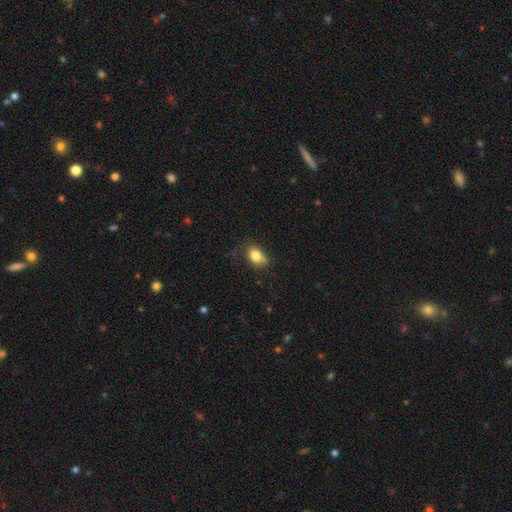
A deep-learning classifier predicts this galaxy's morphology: Overall: smooth (82%). How rounded: in between (71%). Merging: none (63%; minor disturbance 24%).